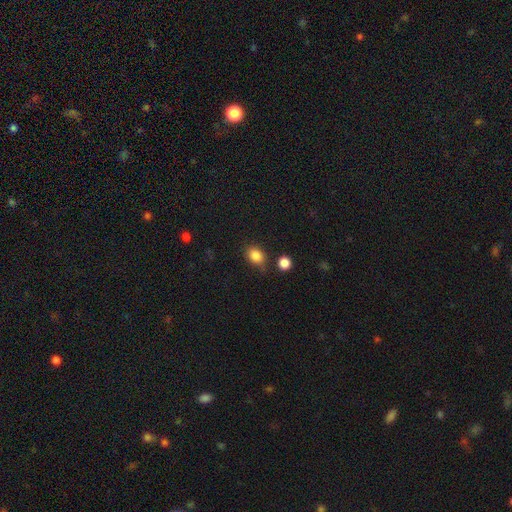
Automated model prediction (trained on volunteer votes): Smooth or featured?
  - smooth: 85% *
  - star or artifact: 10%
  - featured or disk: 5%
How rounded?
  - in between: 56% *
  - round: 43%
  - cigar-shaped: 1%
Merging?
  - none: 67% *
  - minor disturbance: 21%
  - merger: 7%
  - major disturbance: 6%